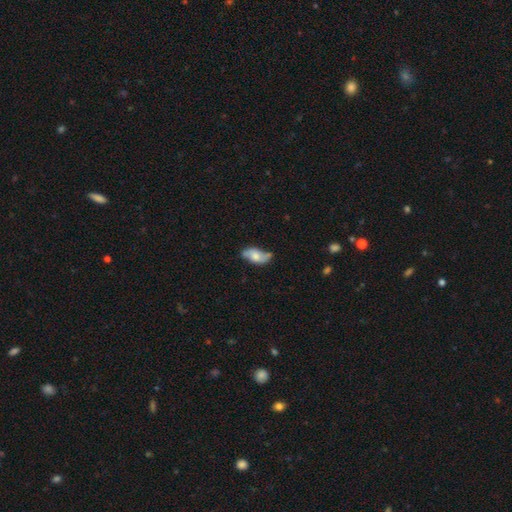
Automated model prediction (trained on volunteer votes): Morphology: type=featured or disk (48%); merging=none (61%).